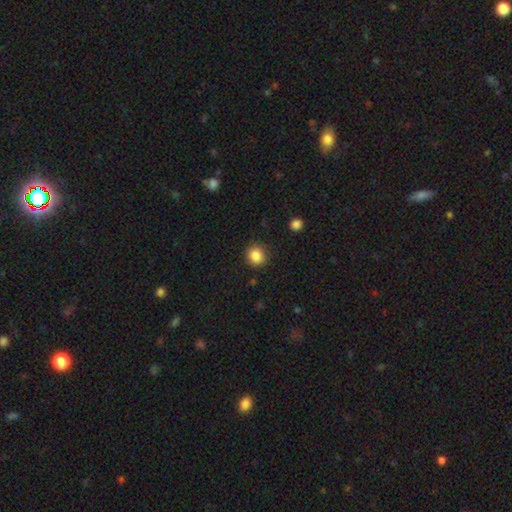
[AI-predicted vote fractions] Smooth or featured? Predicted: smooth (p=0.86). How rounded? Predicted: round (p=0.88). Merging? Predicted: none (p=0.90).